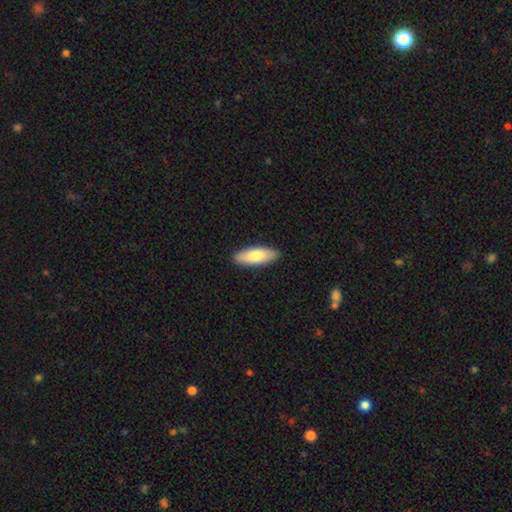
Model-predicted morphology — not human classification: Smooth or featured? smooth (81%)
How rounded? in between (69%)
Merging? none (90%)